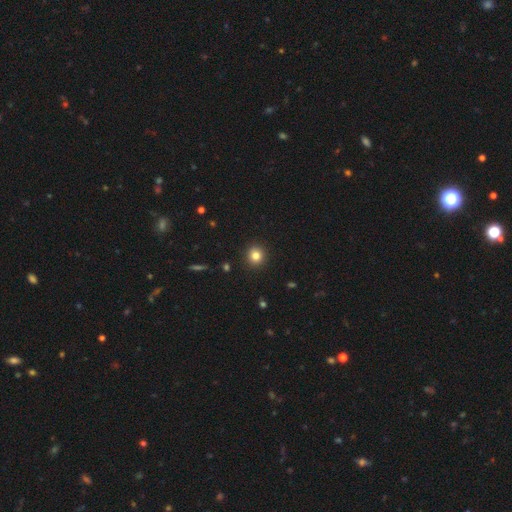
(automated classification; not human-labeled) Smooth or featured? smooth (82%)
How rounded? round (91%)
Merging? none (92%)